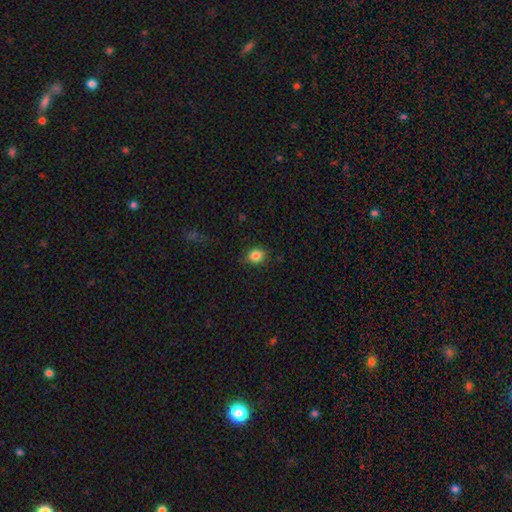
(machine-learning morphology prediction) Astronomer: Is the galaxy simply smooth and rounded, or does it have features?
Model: smooth — 85%.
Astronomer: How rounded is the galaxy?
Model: round — 59% (runner-up: in between, 40%).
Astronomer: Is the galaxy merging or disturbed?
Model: none — 82%.